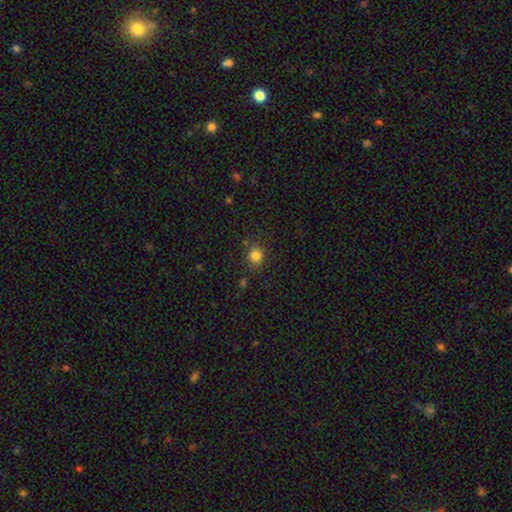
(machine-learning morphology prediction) smooth-or-featured: smooth: 82% | star or artifact: 13% | featured or disk: 5%
  how-rounded: round: 88% | in between: 12% | cigar-shaped: 1%
  merging: none: 83% | minor disturbance: 11% | major disturbance: 3% | merger: 3%